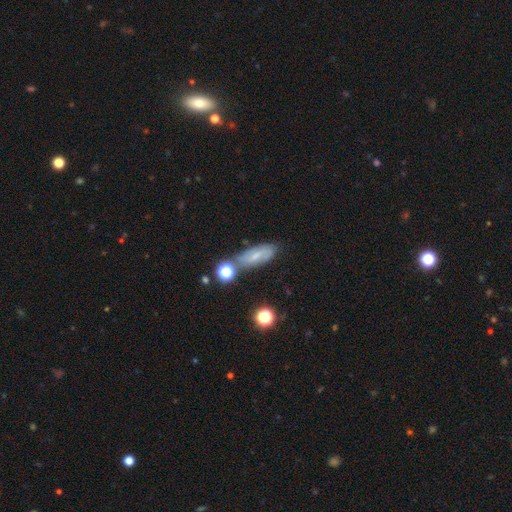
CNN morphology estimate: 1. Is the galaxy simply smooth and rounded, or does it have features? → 51% smooth, 36% featured or disk, 12% star or artifact.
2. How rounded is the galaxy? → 64% in between, 30% cigar-shaped, 6% round.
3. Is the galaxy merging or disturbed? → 64% none, 19% minor disturbance, 11% merger, 6% major disturbance.